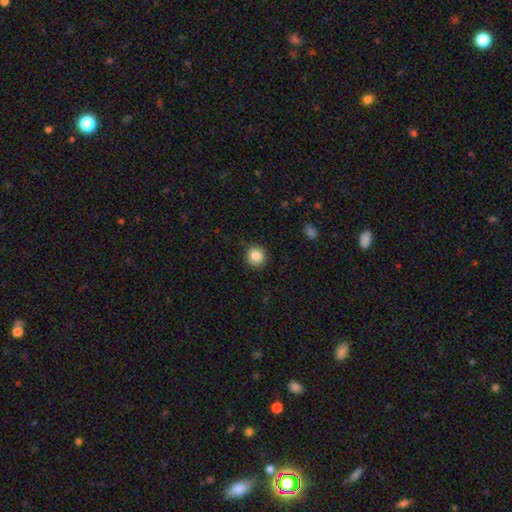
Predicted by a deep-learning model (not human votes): Smooth or featured: smooth — 87% (star or artifact — 9%)
How rounded: round — 88% (in between — 11%)
Merging: none — 87% (minor disturbance — 9%)